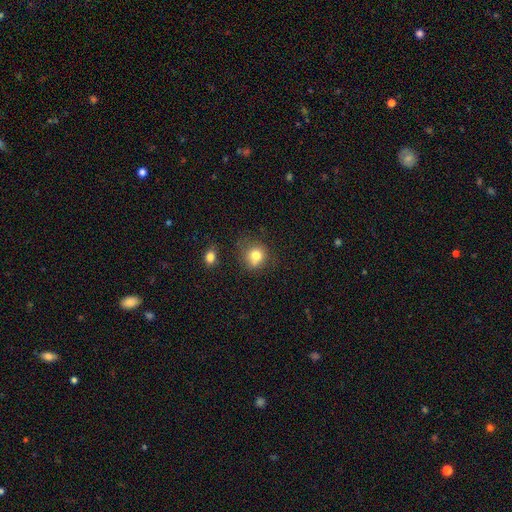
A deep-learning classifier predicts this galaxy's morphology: This appears to be a smooth galaxy with no disk features (79%) that is round (79%). Merging: none (59%).